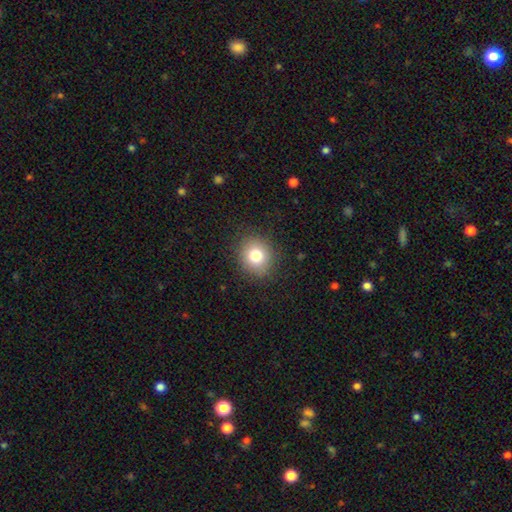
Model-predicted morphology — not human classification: smooth_or_featured: smooth (p=0.79) [alt: star or artifact p=0.11]
how_rounded: round (p=0.79) [alt: in between p=0.20]
merging: none (p=0.87) [alt: minor disturbance p=0.08]